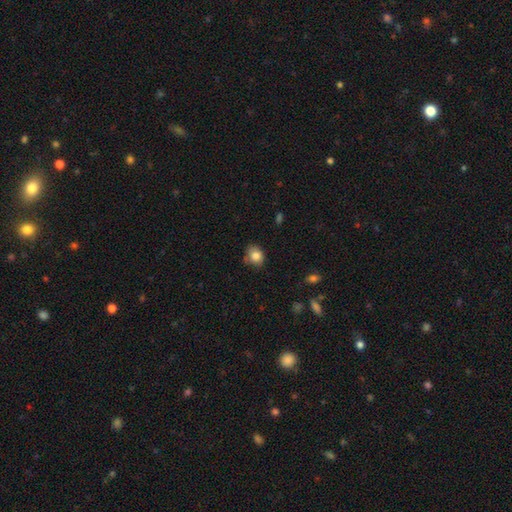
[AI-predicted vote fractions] Smooth or featured? smooth (82%)
How rounded? round (56%)
Merging? none (68%)